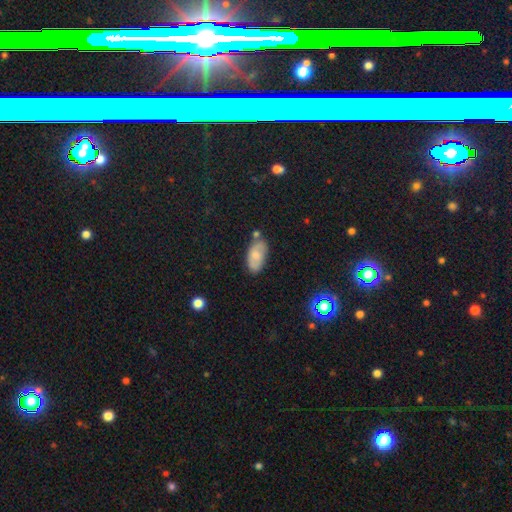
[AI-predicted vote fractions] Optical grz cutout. It shows a smooth galaxy with no disk features (69%) that is in between round and cigar-shaped (93%). Merging: none (66%).